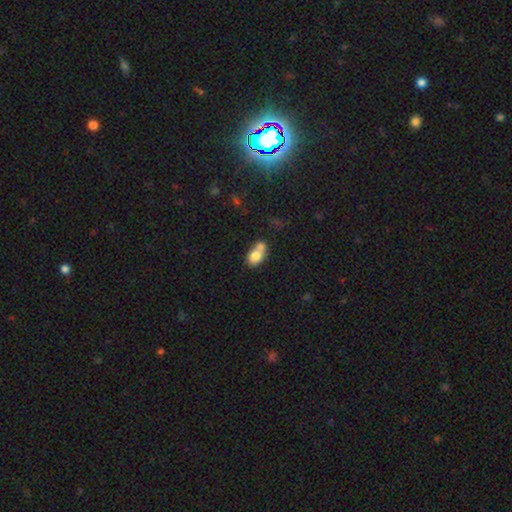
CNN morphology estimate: Smooth or featured?
  - smooth: 76% *
  - featured or disk: 15%
  - star or artifact: 9%
How rounded?
  - in between: 66% *
  - round: 33%
  - cigar-shaped: 2%
Merging?
  - merger: 59% *
  - none: 27%
  - minor disturbance: 10%
  - major disturbance: 4%